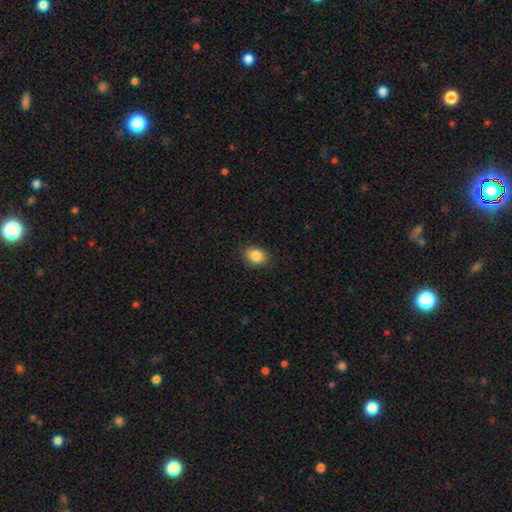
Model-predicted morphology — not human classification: Smooth or featured? Predicted: smooth (p=0.87). How rounded? Predicted: in between (p=0.59). Merging? Predicted: none (p=0.87).